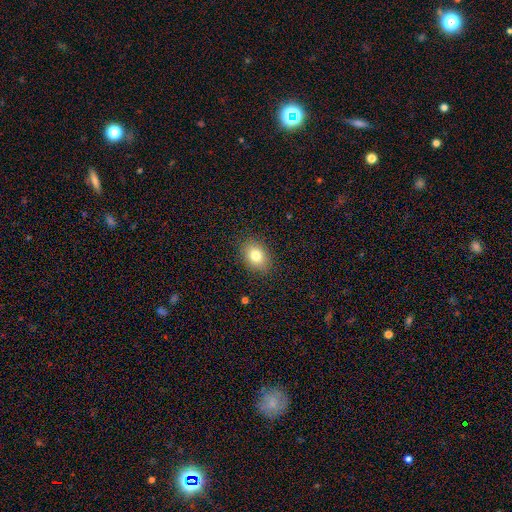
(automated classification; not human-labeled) This is likely a smooth galaxy (80%). How rounded: likely in between (67%). Merging: clearly none (87%).